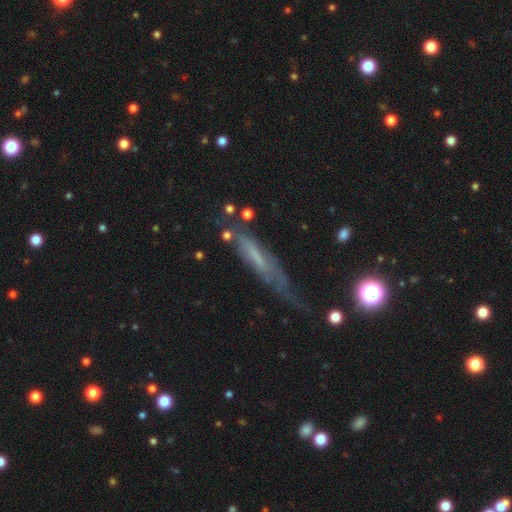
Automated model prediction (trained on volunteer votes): Morphology: type=featured or disk (51%); edge-on=yes (59%); merging=none (45%).